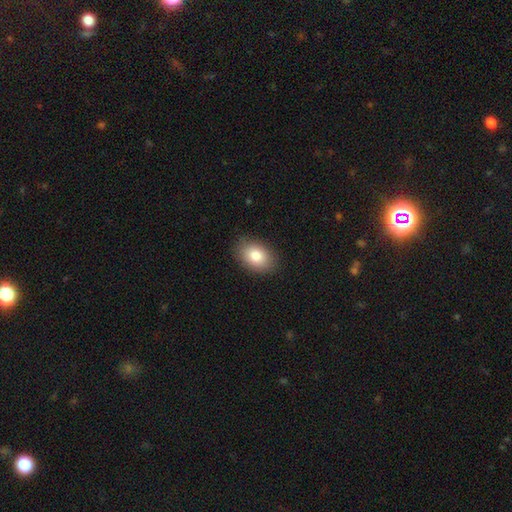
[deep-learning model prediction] A smooth galaxy with no disk features (83%) that is in between round and cigar-shaped (83%). Merging: none (87%).